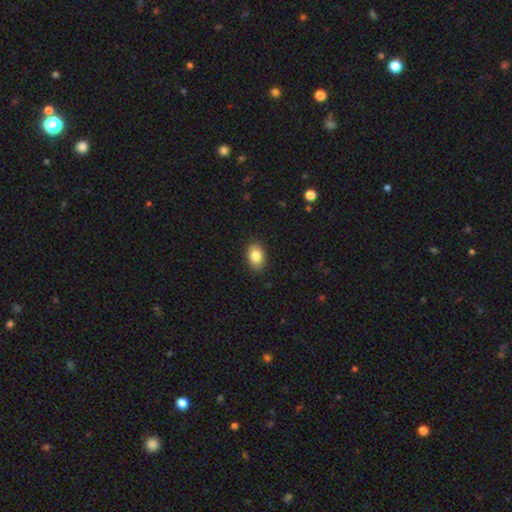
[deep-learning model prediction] smooth-or-featured: smooth: 84% | star or artifact: 8% | featured or disk: 8%
  how-rounded: in between: 84% | round: 14% | cigar-shaped: 1%
  merging: none: 88% | minor disturbance: 9% | major disturbance: 2% | merger: 1%